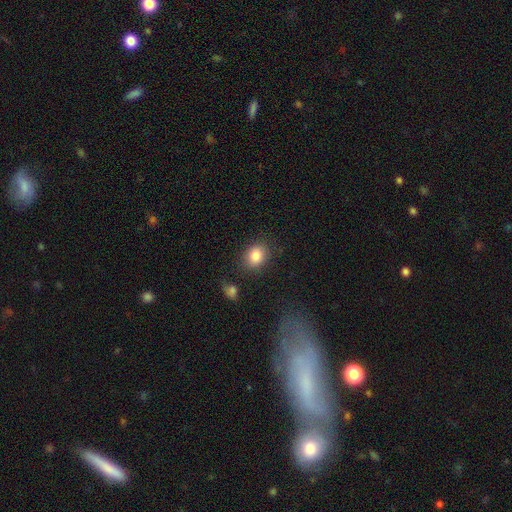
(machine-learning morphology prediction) smooth_or_featured: smooth (p=0.84) [alt: star or artifact p=0.09]
how_rounded: in between (p=0.51) [alt: round p=0.48]
merging: none (p=0.80) [alt: minor disturbance p=0.12]